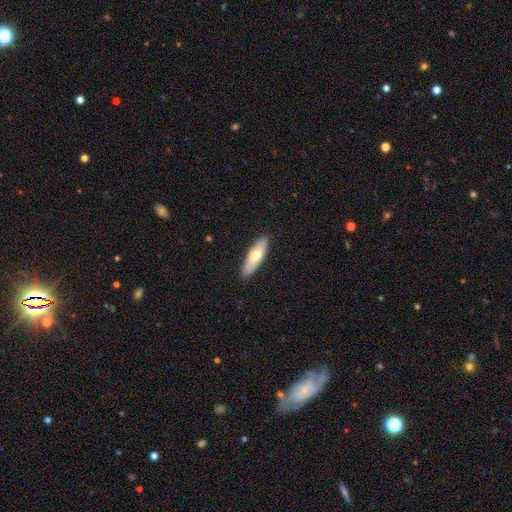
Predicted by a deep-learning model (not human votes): smooth_or_featured: smooth (p=0.66) [alt: featured or disk p=0.29]
how_rounded: in between (p=0.53) [alt: cigar-shaped p=0.45]
merging: none (p=0.88) [alt: minor disturbance p=0.09]